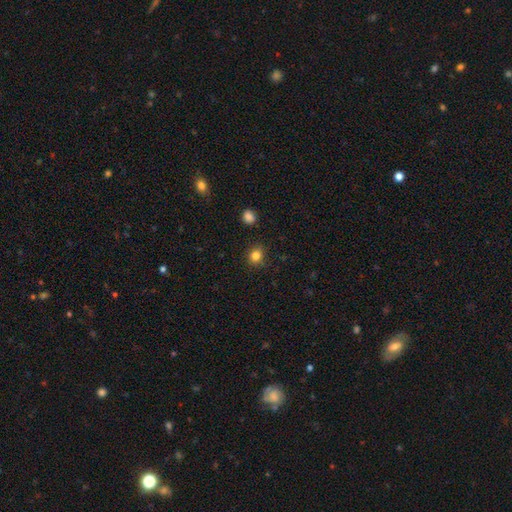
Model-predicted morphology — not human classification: Smooth or featured: smooth — 83% (star or artifact — 12%)
How rounded: round — 80% (in between — 19%)
Merging: none — 88% (minor disturbance — 8%)